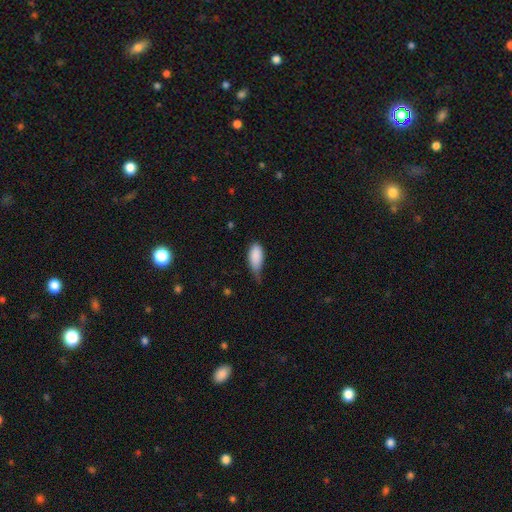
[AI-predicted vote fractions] Q: Smooth or featured?
A: smooth (87%); runner-up: star or artifact (7%)
Q: How rounded?
A: in between (91%); runner-up: cigar-shaped (6%)
Q: Merging?
A: minor disturbance (52%); runner-up: none (27%)